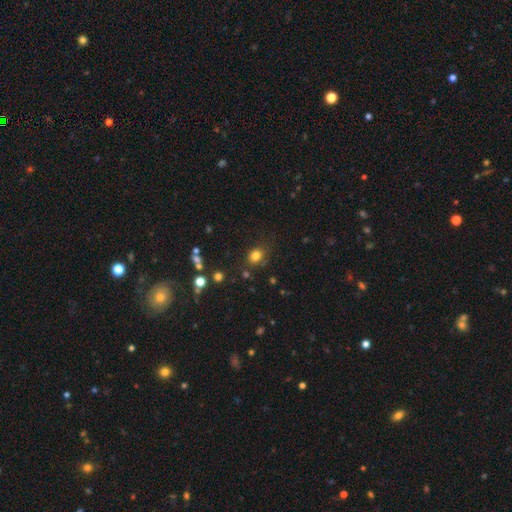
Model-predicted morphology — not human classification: A smooth galaxy with no disk features (79%) that is round (55%). Merging: none (75%).